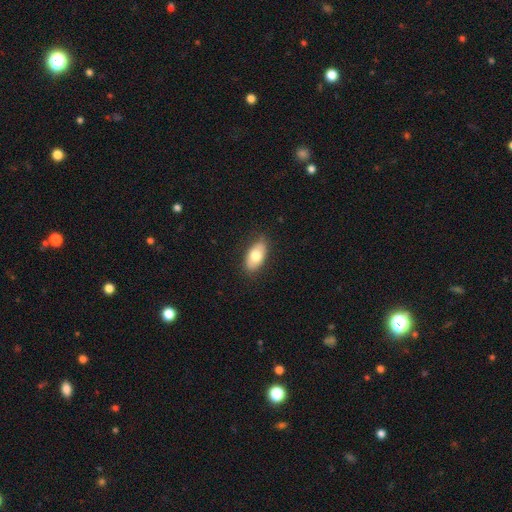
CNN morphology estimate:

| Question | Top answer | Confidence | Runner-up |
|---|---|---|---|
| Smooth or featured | smooth | 73% | featured or disk (20%) |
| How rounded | in between | 93% | round (4%) |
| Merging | none | 84% | minor disturbance (12%) |